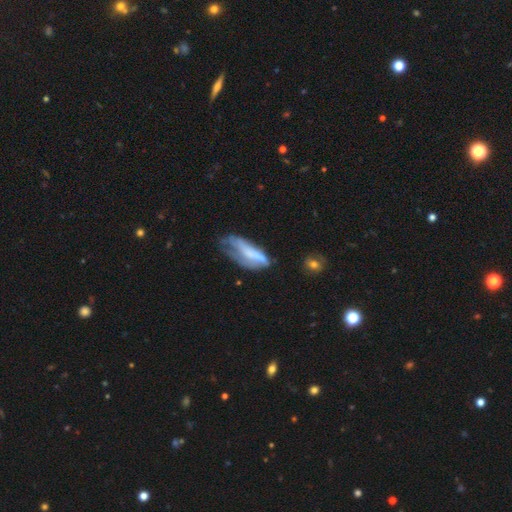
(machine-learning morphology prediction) This is possibly a smooth galaxy (48%). Merging: marginally major disturbance (38%).